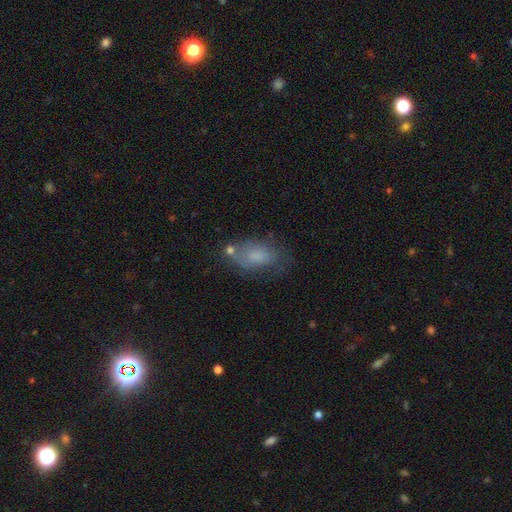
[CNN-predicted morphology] smooth_or_featured: smooth (p=0.64) [alt: featured or disk p=0.25]
how_rounded: in between (p=0.88) [alt: round p=0.07]
merging: none (p=0.53) [alt: minor disturbance p=0.24]